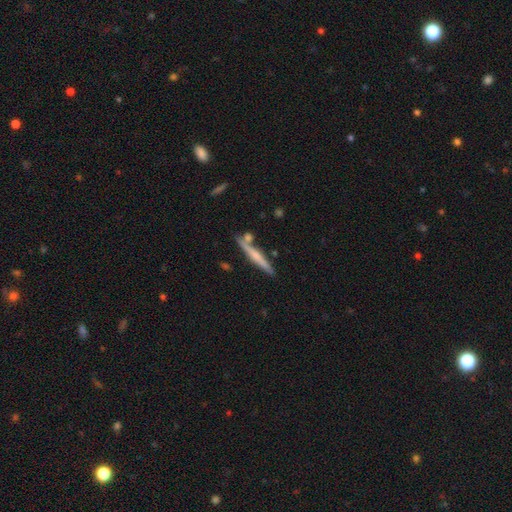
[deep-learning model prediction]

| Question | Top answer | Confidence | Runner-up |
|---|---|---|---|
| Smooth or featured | featured or disk | 52% | smooth (42%) |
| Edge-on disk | yes | 96% | no (4%) |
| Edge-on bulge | rounded | 48% | none (41%) |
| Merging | none | 78% | minor disturbance (11%) |